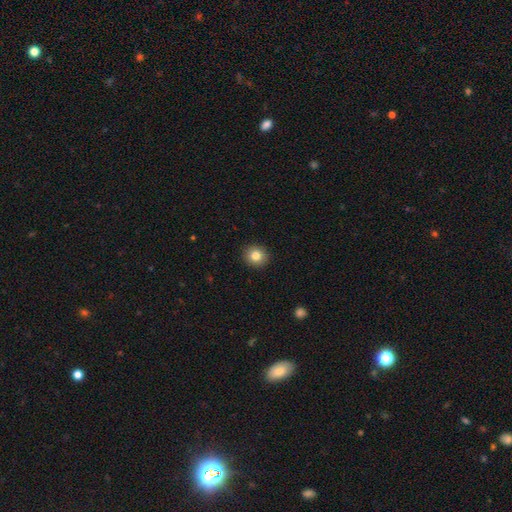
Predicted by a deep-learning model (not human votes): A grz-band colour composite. It shows a smooth galaxy with no disk features (81%) that is round (86%). Merging: none (92%).